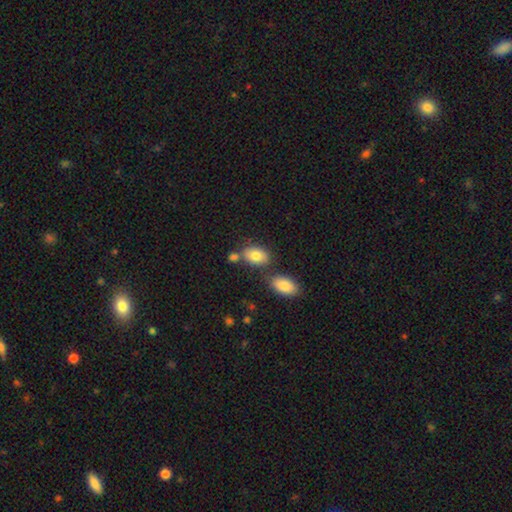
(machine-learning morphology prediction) Smooth or featured? smooth (82%)
How rounded? in between (88%)
Merging? none (61%)